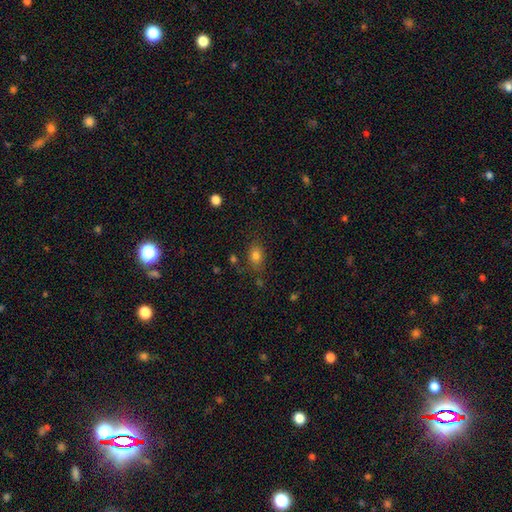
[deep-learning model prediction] Smooth or featured: smooth — 78% (star or artifact — 13%)
How rounded: in between — 70% (round — 28%)
Merging: none — 74% (minor disturbance — 17%)